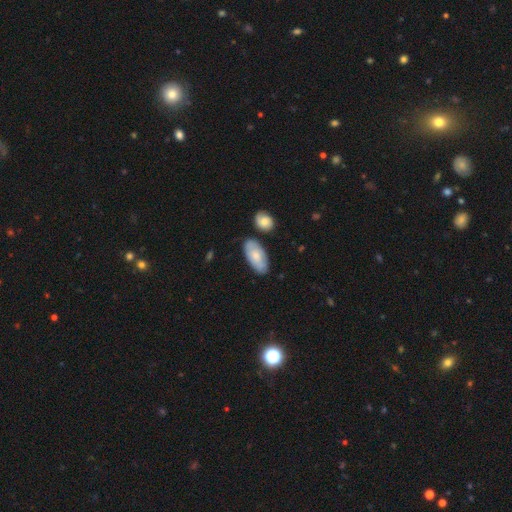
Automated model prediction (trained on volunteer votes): smooth-or-featured: smooth: 70% | featured or disk: 24% | star or artifact: 5%
  how-rounded: in between: 92% | cigar-shaped: 5% | round: 2%
  merging: none: 72% | minor disturbance: 17% | merger: 8% | major disturbance: 3%